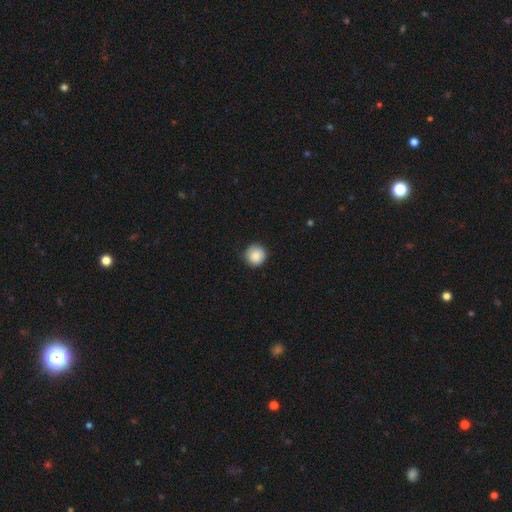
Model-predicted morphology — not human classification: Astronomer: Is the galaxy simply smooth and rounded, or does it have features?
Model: smooth — 87%.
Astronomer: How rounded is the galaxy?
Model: round — 95%.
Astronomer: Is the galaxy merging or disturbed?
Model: none — 86%.